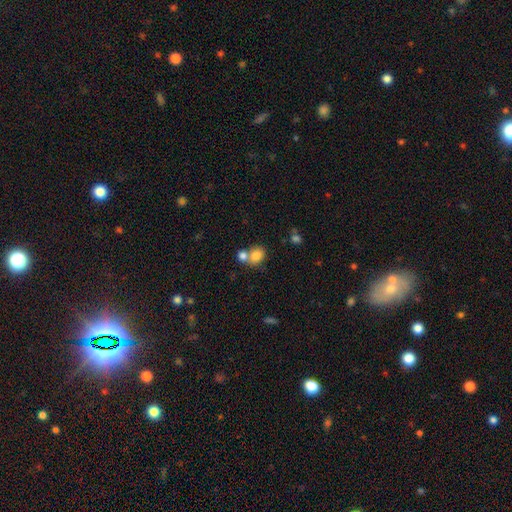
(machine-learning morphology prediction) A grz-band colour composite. It shows a smooth galaxy with no disk features (81%) that is round (61%). Merging: merger (47%).